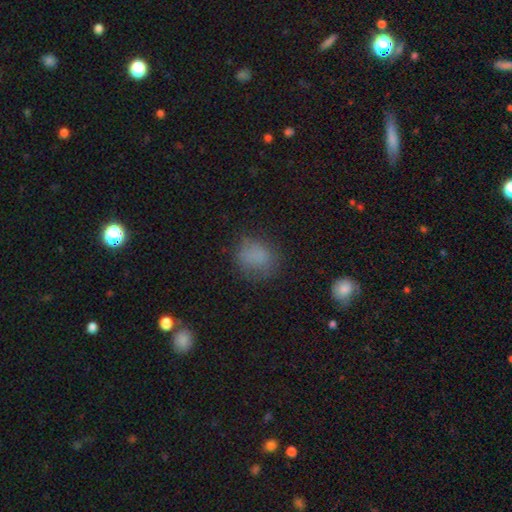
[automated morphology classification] Smooth or featured? Predicted: smooth (p=0.79). How rounded? Predicted: round (p=0.61). Merging? Predicted: none (p=0.69).